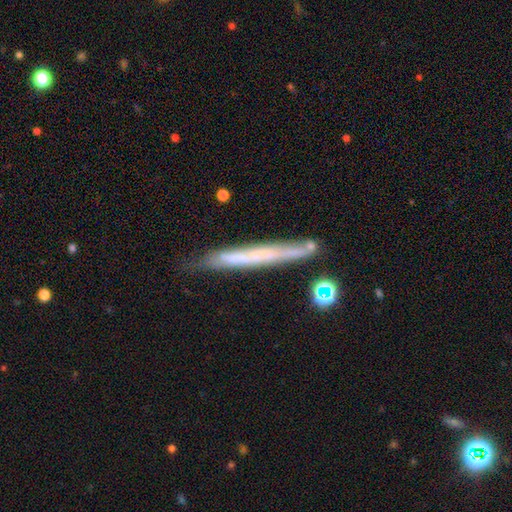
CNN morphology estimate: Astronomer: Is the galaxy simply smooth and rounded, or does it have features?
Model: featured or disk — 52% (runner-up: smooth, 40%).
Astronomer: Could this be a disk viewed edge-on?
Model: yes — 91%.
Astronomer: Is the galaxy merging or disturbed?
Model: none — 73%.